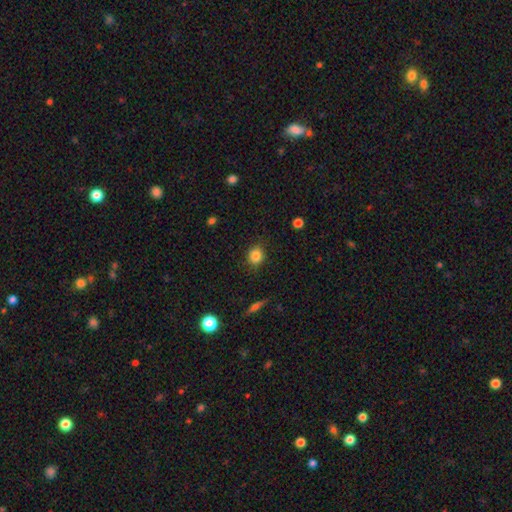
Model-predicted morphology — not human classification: smooth-or-featured: smooth: 84% | star or artifact: 10% | featured or disk: 6%
  how-rounded: round: 76% | in between: 23% | cigar-shaped: 1%
  merging: none: 85% | minor disturbance: 11% | major disturbance: 3% | merger: 1%